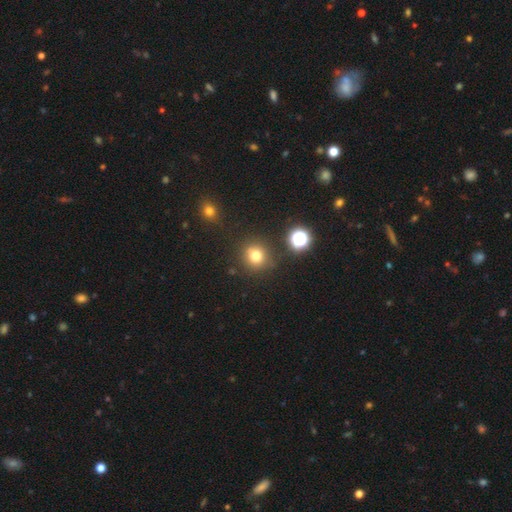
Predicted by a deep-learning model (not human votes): This is likely a smooth galaxy (74%). How rounded: clearly round (91%). Merging: clearly none (84%).